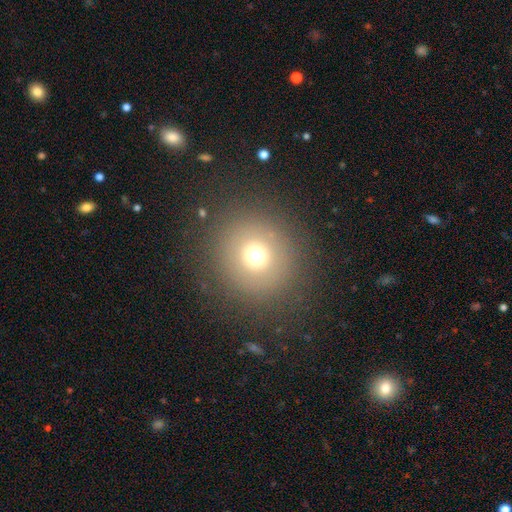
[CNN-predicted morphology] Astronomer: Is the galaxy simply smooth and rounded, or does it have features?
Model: smooth — 68%.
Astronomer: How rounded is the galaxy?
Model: round — 93%.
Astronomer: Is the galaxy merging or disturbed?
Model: none — 87%.